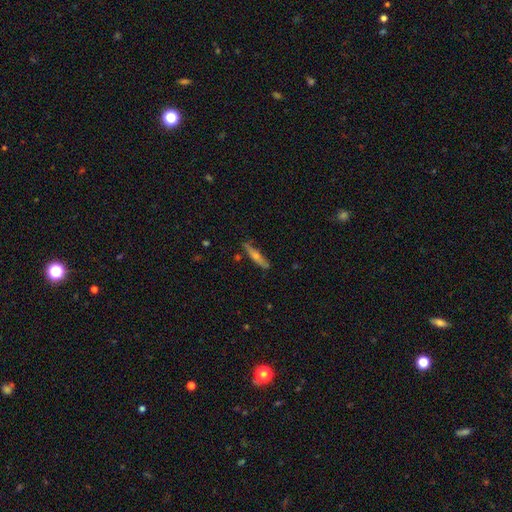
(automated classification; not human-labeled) This is possibly a featured or disk galaxy (57%). It is clearly viewed edge-on (91%). Edge-on bulge: clearly rounded (85%). Merging: clearly none (83%).